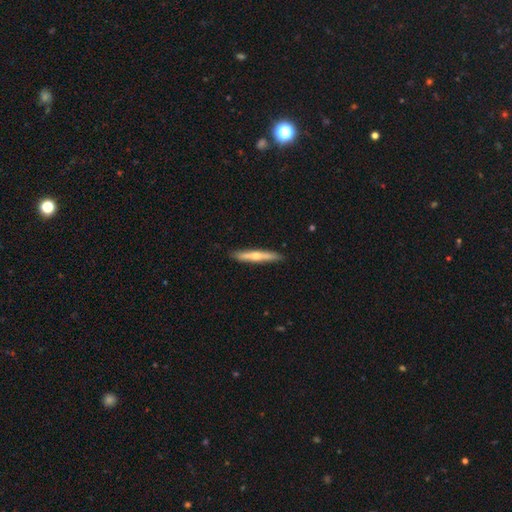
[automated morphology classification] type=featured or disk (55%); edge-on=yes (94%); edge-on bulge=rounded (85%); merging=none (89%).